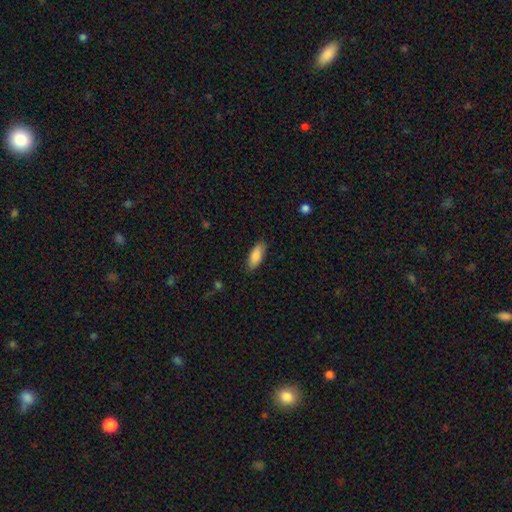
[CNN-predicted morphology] Q: Smooth or featured?
A: smooth (85%); runner-up: featured or disk (9%)
Q: How rounded?
A: in between (73%); runner-up: cigar-shaped (25%)
Q: Merging?
A: none (86%); runner-up: minor disturbance (11%)